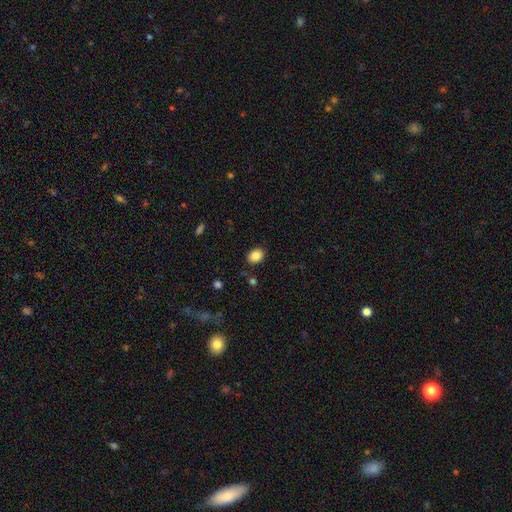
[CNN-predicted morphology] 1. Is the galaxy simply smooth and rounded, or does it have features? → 86% smooth, 9% star or artifact, 5% featured or disk.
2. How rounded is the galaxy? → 57% in between, 42% round, 1% cigar-shaped.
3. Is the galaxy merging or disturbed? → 87% none, 9% minor disturbance, 2% major disturbance, 2% merger.